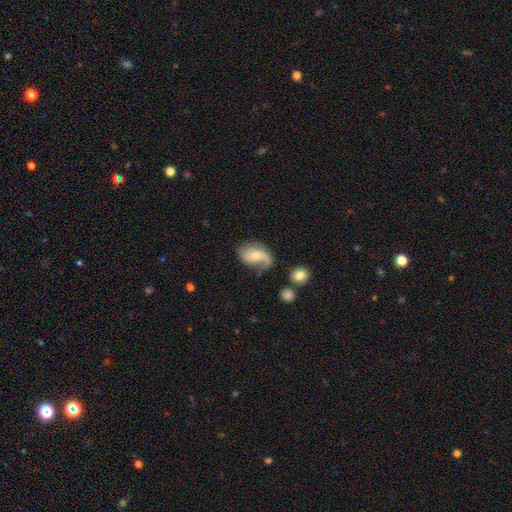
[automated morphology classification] smooth_or_featured: featured or disk (p=0.58) [alt: smooth p=0.35]
disk_edge_on: no (p=0.96) [alt: yes p=0.04]
bar: no (p=0.61) [alt: weak p=0.32]
has_spiral_arms: yes (p=0.85) [alt: no p=0.15]
bulge_size: moderate (p=0.50) [alt: small p=0.42]
merging: none (p=0.48) [alt: minor disturbance p=0.28]